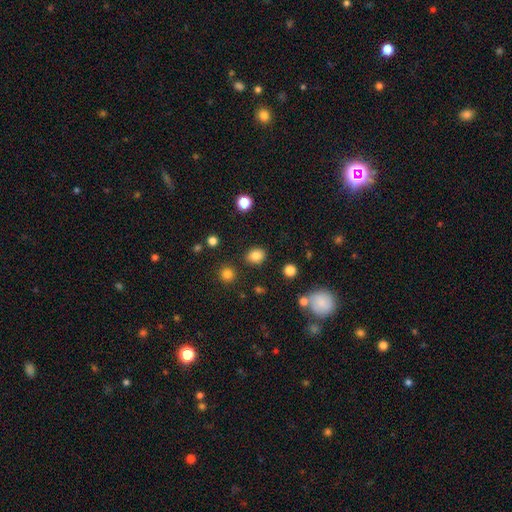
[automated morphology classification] A smooth galaxy with no disk features (82%) that is round (62%).

Vote fractions:
- Smooth or featured? smooth: 82% / star or artifact: 12% / featured or disk: 6%
- How rounded? round: 62% / in between: 37% / cigar-shaped: 1%
- Merging? none: 86% / minor disturbance: 8% / merger: 3% / major disturbance: 3%